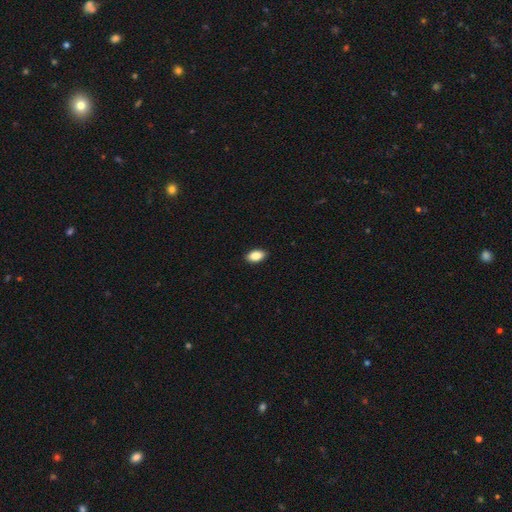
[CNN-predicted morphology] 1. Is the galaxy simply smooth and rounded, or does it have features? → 88% smooth, 7% star or artifact, 4% featured or disk.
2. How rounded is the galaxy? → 93% in between, 5% round, 3% cigar-shaped.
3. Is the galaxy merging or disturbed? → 90% none, 7% minor disturbance, 2% major disturbance, 1% merger.